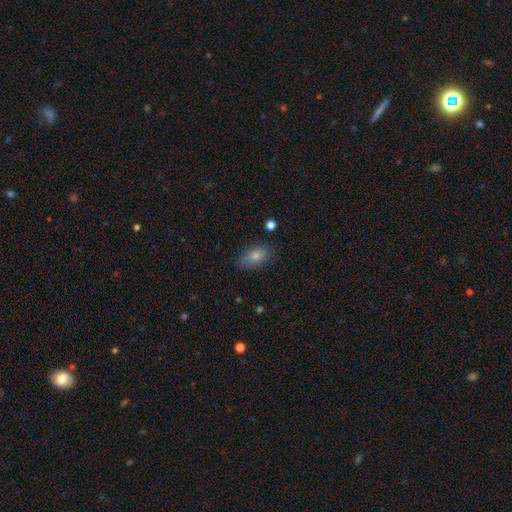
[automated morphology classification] This is likely a smooth galaxy (76%). How rounded: clearly in between (85%). Merging: likely none (78%).